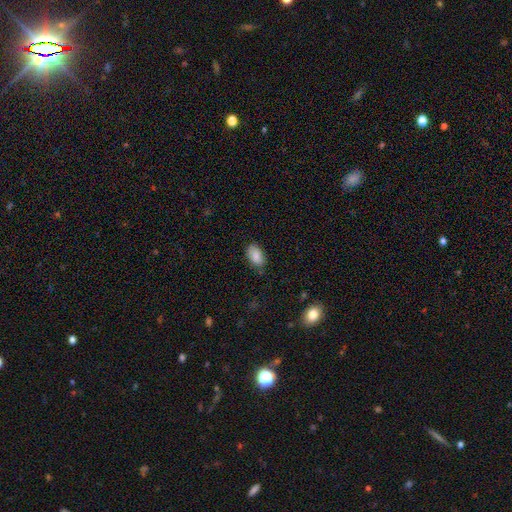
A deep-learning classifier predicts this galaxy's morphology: Smooth or featured?
  - smooth: 85% *
  - star or artifact: 7%
  - featured or disk: 7%
How rounded?
  - in between: 93% *
  - round: 5%
  - cigar-shaped: 2%
Merging?
  - none: 76% *
  - minor disturbance: 19%
  - major disturbance: 4%
  - merger: 1%